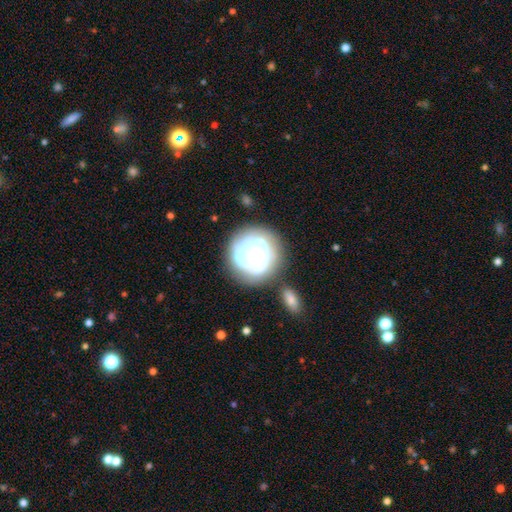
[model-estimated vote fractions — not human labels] featured or disk 73%, smooth 20%, star or artifact 6%. Down the decision tree: edge-on disk — no (98%); bar — no (79%); spiral arms — yes (66%); bulge size — small (52%); merging — none (57%).